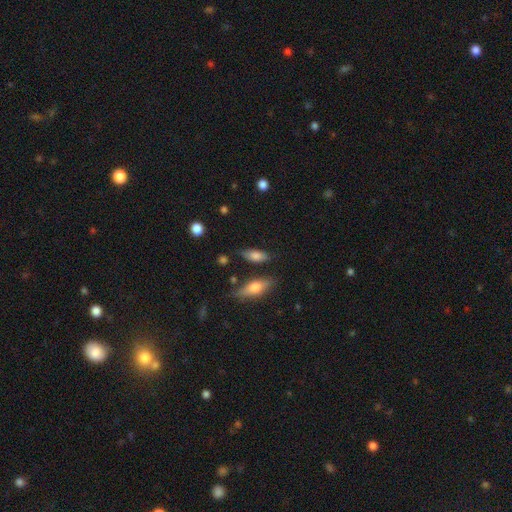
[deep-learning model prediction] Smooth or featured? Predicted: smooth (p=0.74). How rounded? Predicted: in between (p=0.71). Merging? Predicted: none (p=0.75).